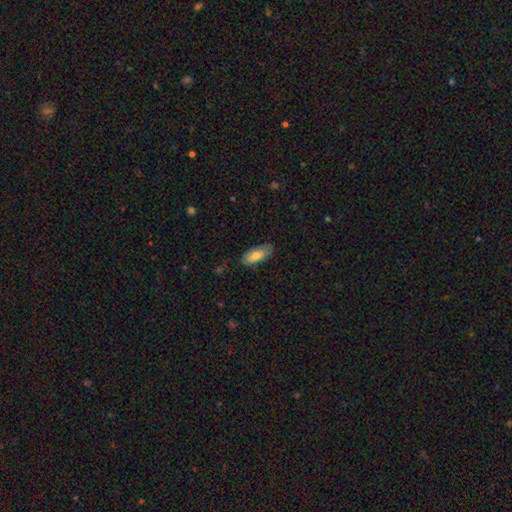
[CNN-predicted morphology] Smooth or featured?
  - smooth: 77% *
  - featured or disk: 17%
  - star or artifact: 6%
How rounded?
  - in between: 84% *
  - cigar-shaped: 14%
  - round: 2%
Merging?
  - none: 80% *
  - minor disturbance: 16%
  - major disturbance: 3%
  - merger: 1%